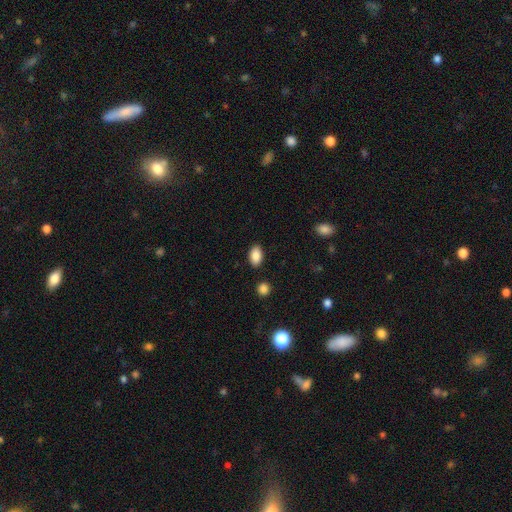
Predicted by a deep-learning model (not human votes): Morphology: type=smooth (87%); roundness=in between (91%); merging=none (87%).